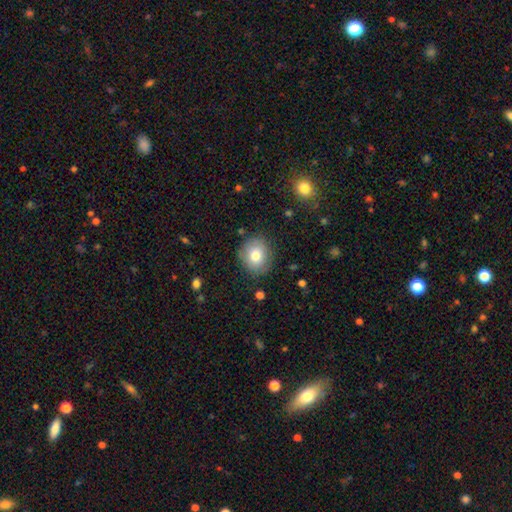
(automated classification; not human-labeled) Overall: smooth (78%). How rounded: round (75%). Merging: none (84%).